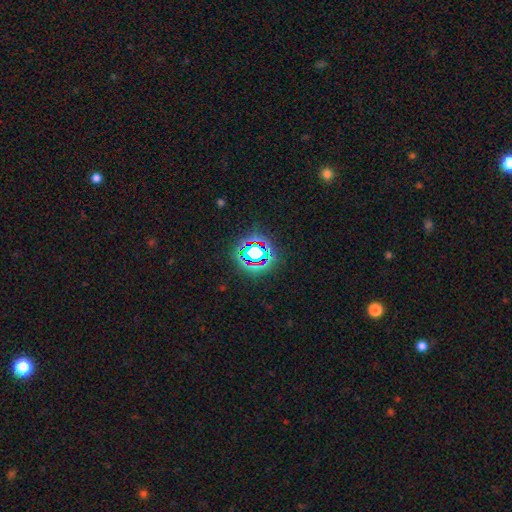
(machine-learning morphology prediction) smooth_or_featured: star or artifact (p=0.66) [alt: smooth p=0.21]